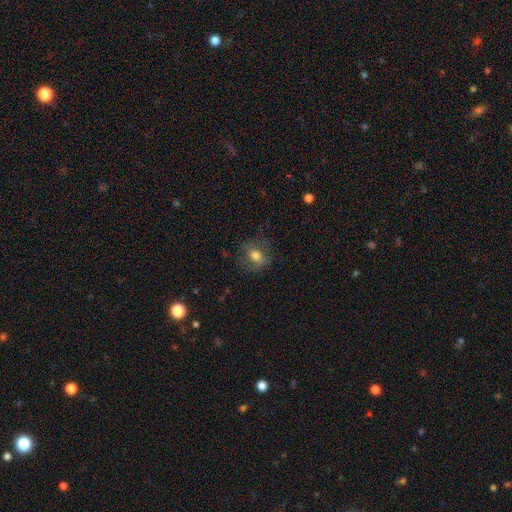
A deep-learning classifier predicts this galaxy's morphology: A smooth galaxy with no disk features (63%) that is round (49%, tied with in between).

Vote fractions:
- Smooth or featured? smooth: 63% / featured or disk: 26% / star or artifact: 11%
- How rounded? round: 49% (tied) / in between: 49% (tied) / cigar-shaped: 2%
- Merging? none: 62% / minor disturbance: 21% / major disturbance: 16% / merger: 1%